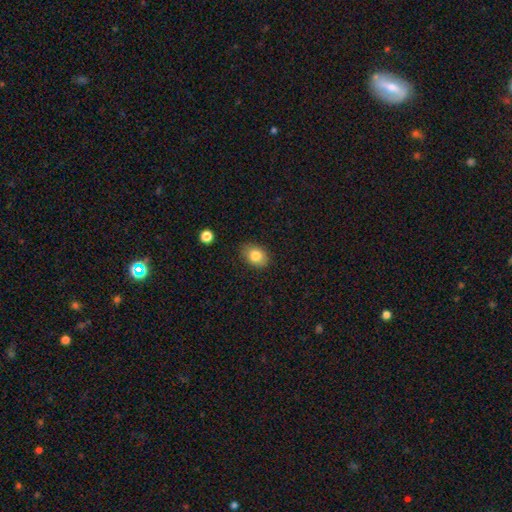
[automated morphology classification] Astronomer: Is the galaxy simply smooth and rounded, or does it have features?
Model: smooth — 82%.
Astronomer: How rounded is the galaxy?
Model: in between — 67%.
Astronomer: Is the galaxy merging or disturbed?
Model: none — 82%.